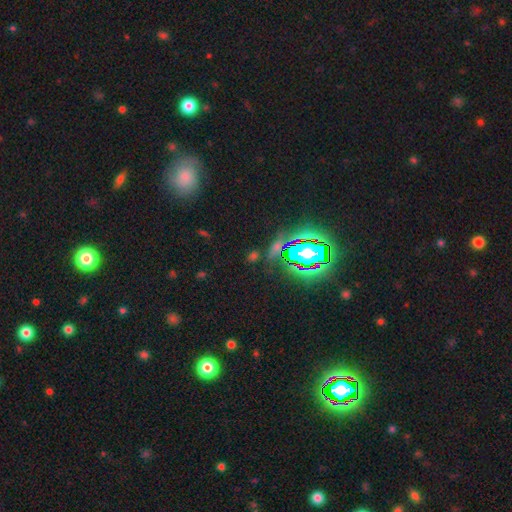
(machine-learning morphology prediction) A star or artifact, not a galaxy (67%).